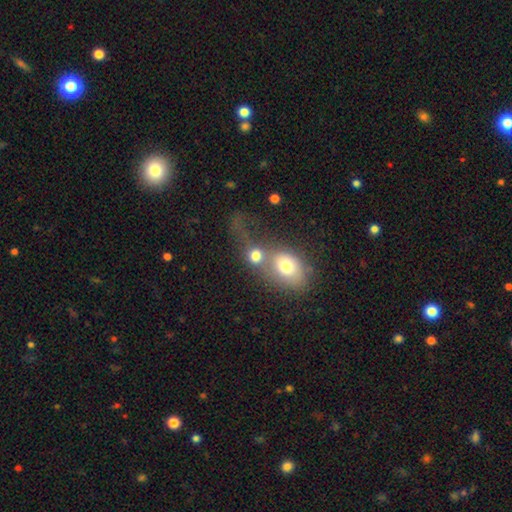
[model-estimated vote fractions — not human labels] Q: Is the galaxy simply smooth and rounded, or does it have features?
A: smooth — 71%.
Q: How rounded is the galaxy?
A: round — 57%.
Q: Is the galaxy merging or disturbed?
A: merger — 66%.